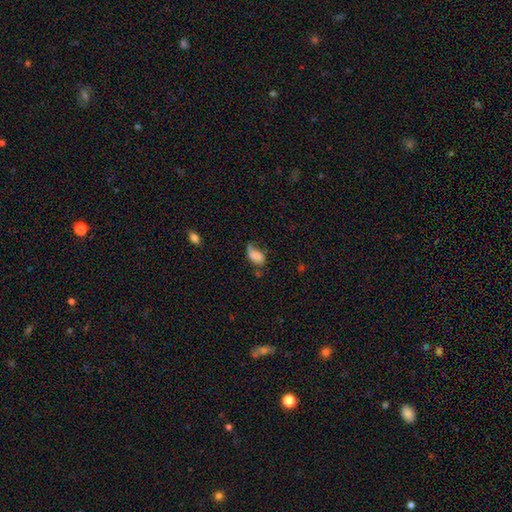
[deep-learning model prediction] Smooth or featured? smooth (70%)
How rounded? in between (90%)
Merging? minor disturbance (35%, tied with none)